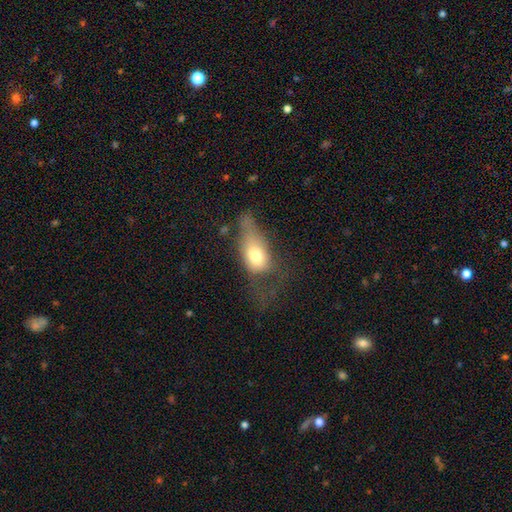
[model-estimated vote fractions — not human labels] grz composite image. It shows a smooth galaxy with no disk features (68%) that is in between round and cigar-shaped (78%). Merging: major disturbance (48%).